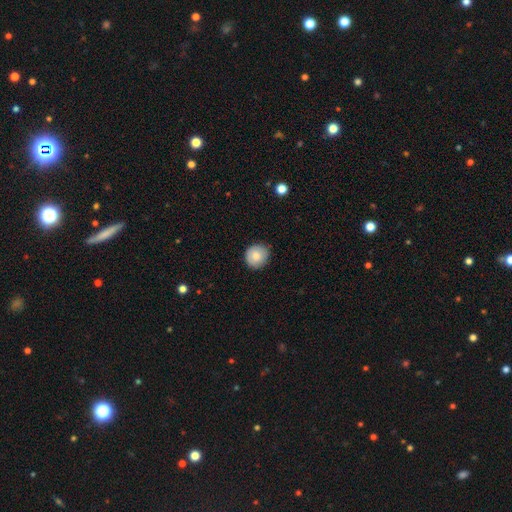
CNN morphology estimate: Smooth or featured: smooth — 80% (featured or disk — 12%)
How rounded: round — 88% (in between — 11%)
Merging: none — 86% (minor disturbance — 11%)